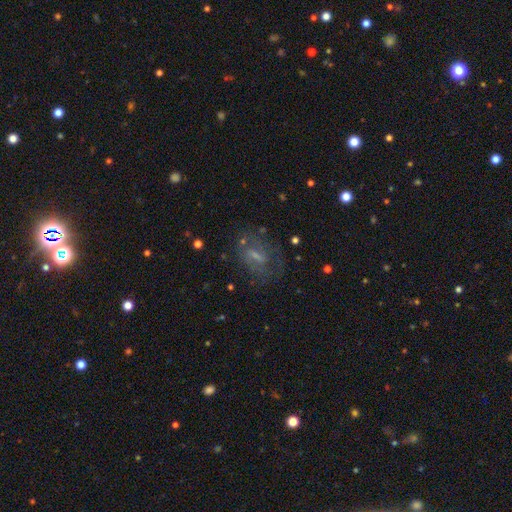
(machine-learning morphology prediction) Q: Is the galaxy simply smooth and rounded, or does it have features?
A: featured or disk — 49%.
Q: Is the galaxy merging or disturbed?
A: none — 58%.